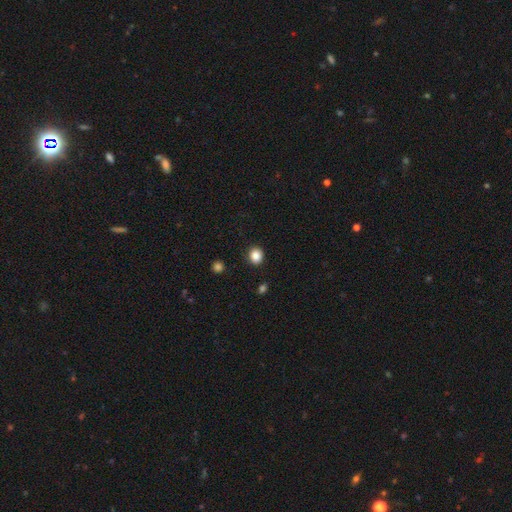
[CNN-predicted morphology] Smooth or featured? Predicted: smooth (p=0.87). How rounded? Predicted: round (p=0.78). Merging? Predicted: none (p=0.89).